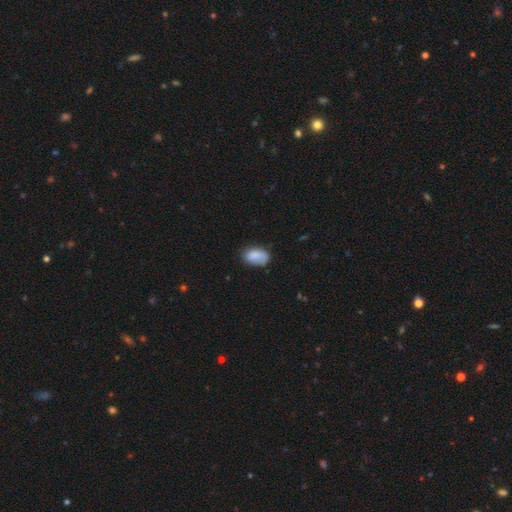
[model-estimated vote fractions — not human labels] A smooth galaxy with no disk features (83%) that is in between round and cigar-shaped (90%). Merging: none (63%).